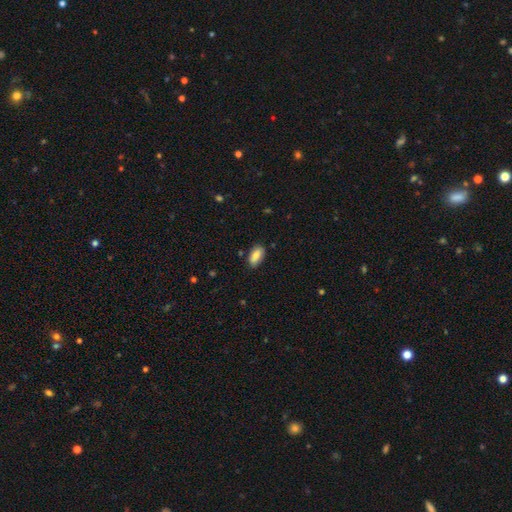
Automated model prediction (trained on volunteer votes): smooth-or-featured: smooth: 86% | featured or disk: 7% | star or artifact: 7%
  how-rounded: in between: 92% | cigar-shaped: 6% | round: 3%
  merging: none: 84% | minor disturbance: 13% | major disturbance: 2% | merger: 2%